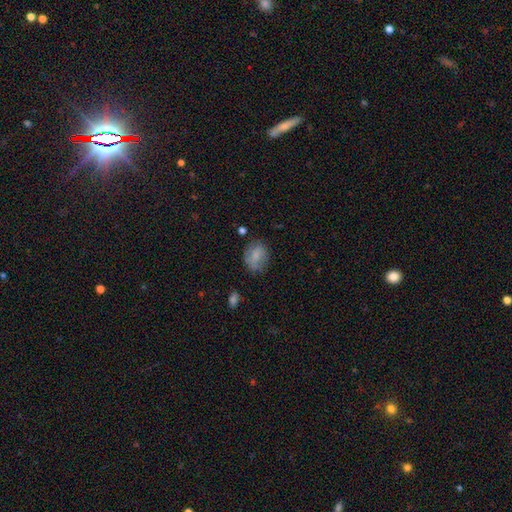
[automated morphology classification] smooth_or_featured: smooth (p=0.75) [alt: featured or disk p=0.17]
how_rounded: in between (p=0.53) [alt: round p=0.46]
merging: none (p=0.70) [alt: minor disturbance p=0.21]